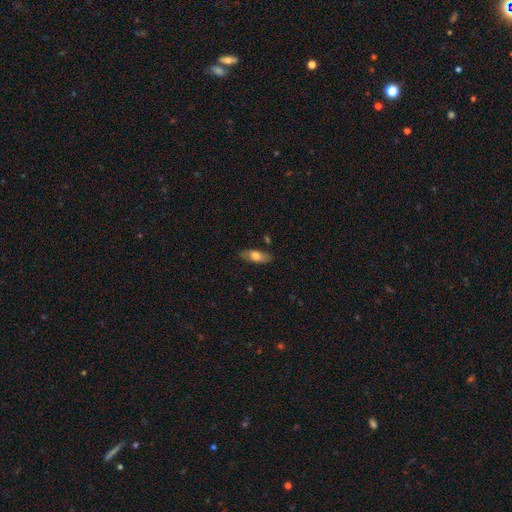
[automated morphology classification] A smooth galaxy with no disk features (66%) that is in between round and cigar-shaped (77%). Merging: none (78%).